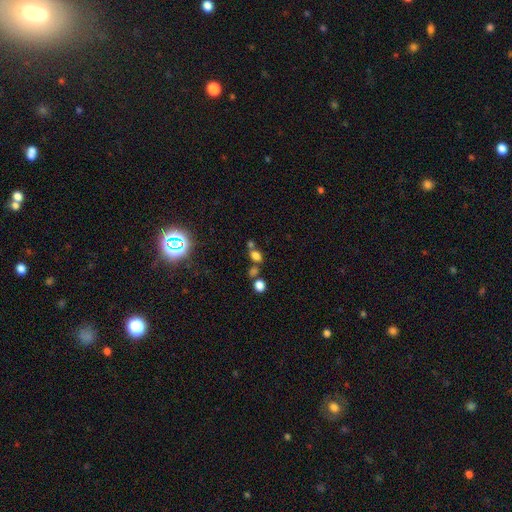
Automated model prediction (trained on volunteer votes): A smooth galaxy with no disk features (67%) that is in between round and cigar-shaped (64%). Merging: none (49%).